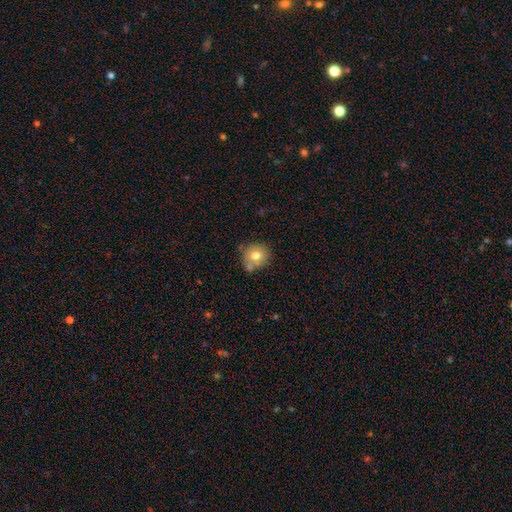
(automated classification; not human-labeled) Smooth or featured?
  - smooth: 74% *
  - featured or disk: 15%
  - star or artifact: 11%
How rounded?
  - round: 85% *
  - in between: 14%
  - cigar-shaped: 1%
Merging?
  - none: 65% *
  - minor disturbance: 16%
  - merger: 15%
  - major disturbance: 4%